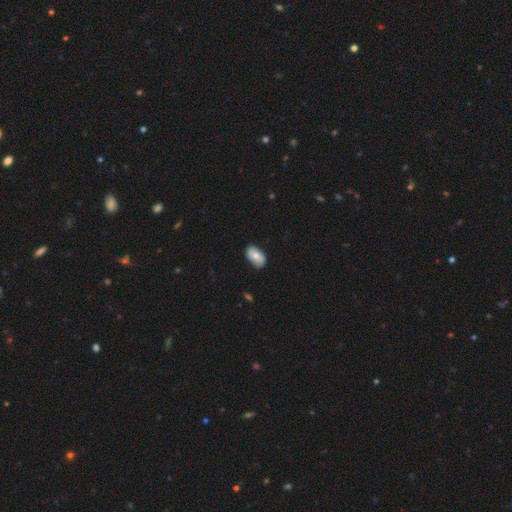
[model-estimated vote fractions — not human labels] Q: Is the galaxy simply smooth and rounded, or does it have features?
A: smooth — 68%.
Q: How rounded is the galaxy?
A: in between — 92%.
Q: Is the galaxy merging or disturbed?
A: none — 81%.